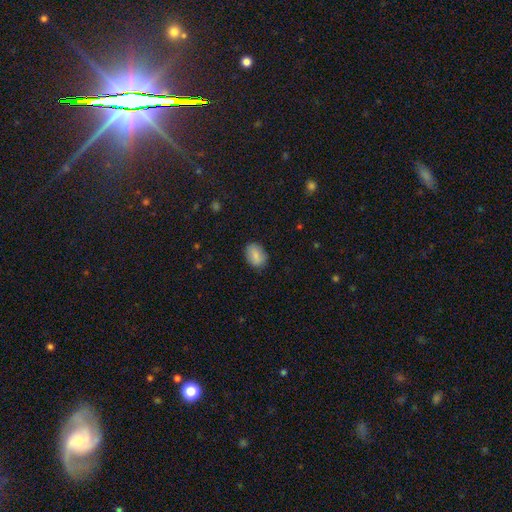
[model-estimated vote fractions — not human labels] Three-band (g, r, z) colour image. It shows a smooth galaxy with no disk features (83%) that is in between round and cigar-shaped (80%). Merging: none (84%).